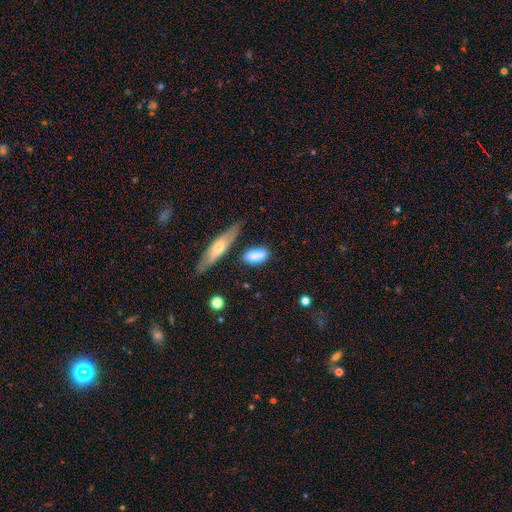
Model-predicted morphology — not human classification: This is likely a smooth galaxy (80%). How rounded: likely in between (76%). Merging: likely none (61%).